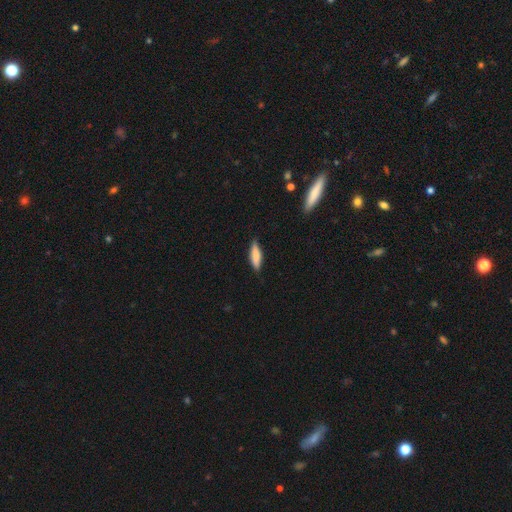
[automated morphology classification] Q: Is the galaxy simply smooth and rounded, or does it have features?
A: smooth — 76%.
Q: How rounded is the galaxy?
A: cigar-shaped — 62%.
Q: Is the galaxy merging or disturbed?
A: none — 84%.